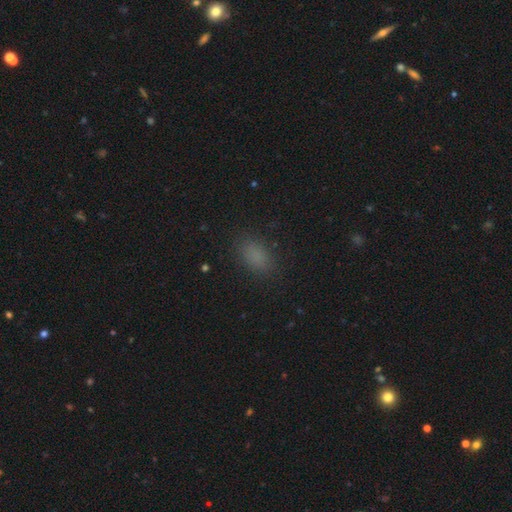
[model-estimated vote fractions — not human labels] Overall: smooth (82%). How rounded: in between (86%). Merging: none (85%).